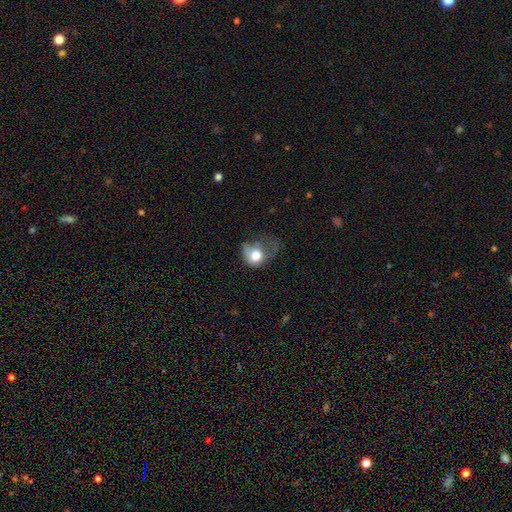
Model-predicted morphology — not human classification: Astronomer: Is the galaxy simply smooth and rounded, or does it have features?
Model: smooth — 69%.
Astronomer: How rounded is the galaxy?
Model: round — 58% (runner-up: in between, 41%).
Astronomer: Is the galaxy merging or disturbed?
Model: major disturbance — 51% (runner-up: minor disturbance, 28%).